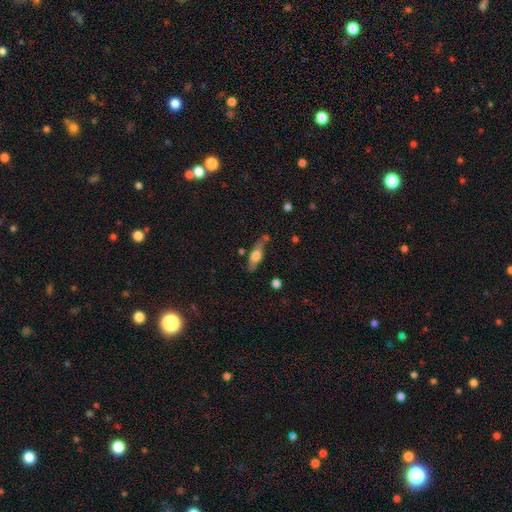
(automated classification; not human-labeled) Smooth or featured? smooth (58%)
How rounded? in between (53%)
Merging? none (69%)